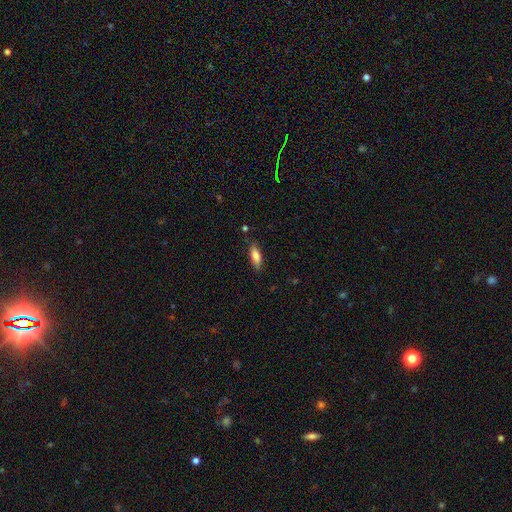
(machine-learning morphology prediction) Smooth or featured?
  - smooth: 79% *
  - featured or disk: 14%
  - star or artifact: 7%
How rounded?
  - in between: 59% *
  - cigar-shaped: 40%
  - round: 2%
Merging?
  - none: 79% *
  - minor disturbance: 15%
  - major disturbance: 3%
  - merger: 2%